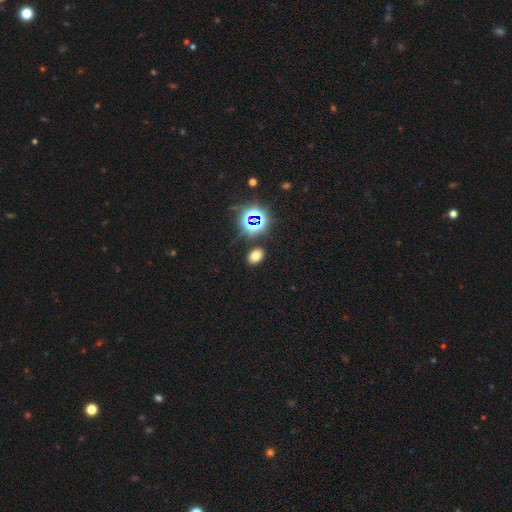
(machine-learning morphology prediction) The model was most divided on "smooth or featured": smooth: 66%, star or artifact: 26%, featured or disk: 8%. More confident: merging — none (86%); how rounded — in between (76%).